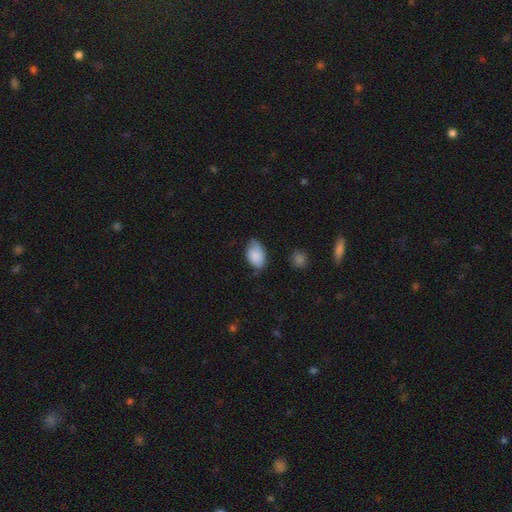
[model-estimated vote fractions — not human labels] Smooth or featured: smooth — 81% (featured or disk — 11%)
How rounded: in between — 91% (round — 8%)
Merging: none — 59% (minor disturbance — 33%)